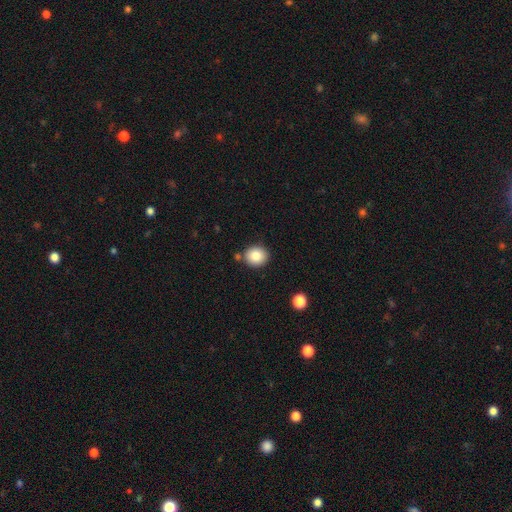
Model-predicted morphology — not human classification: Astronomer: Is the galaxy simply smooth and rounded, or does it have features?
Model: smooth — 85%.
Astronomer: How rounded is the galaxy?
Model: round — 77%.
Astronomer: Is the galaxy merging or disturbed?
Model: none — 82%.